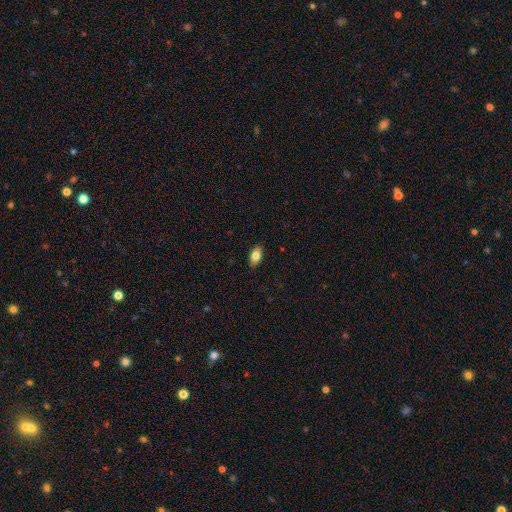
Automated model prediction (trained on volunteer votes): smooth_or_featured: smooth (p=0.80) [alt: featured or disk p=0.12]
how_rounded: in between (p=0.90) [alt: round p=0.07]
merging: none (p=0.87) [alt: minor disturbance p=0.10]